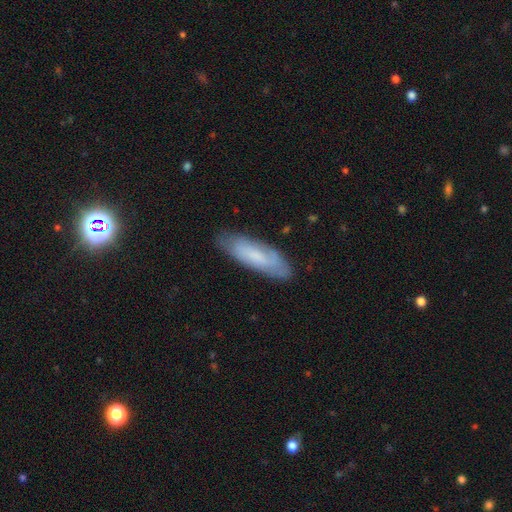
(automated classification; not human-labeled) A smooth galaxy with no disk features (58%) that is cigar-shaped (51%).

Vote fractions:
- Smooth or featured? smooth: 58% / featured or disk: 35% / star or artifact: 7%
- How rounded? cigar-shaped: 51% / in between: 48% / round: 2%
- Merging? none: 79% / minor disturbance: 16% / major disturbance: 4% / merger: 1%